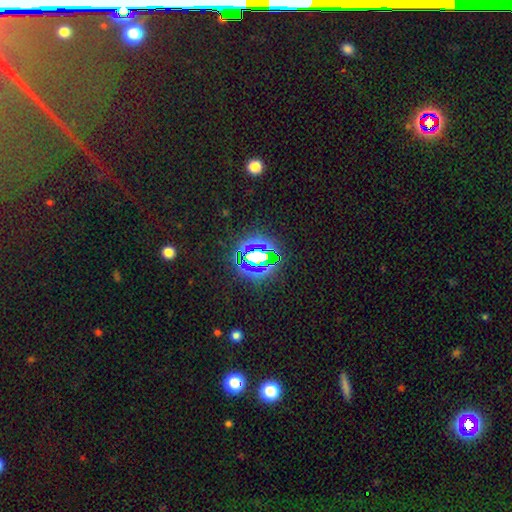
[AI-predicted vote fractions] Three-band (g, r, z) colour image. It shows a star or artifact, not a galaxy (66%).